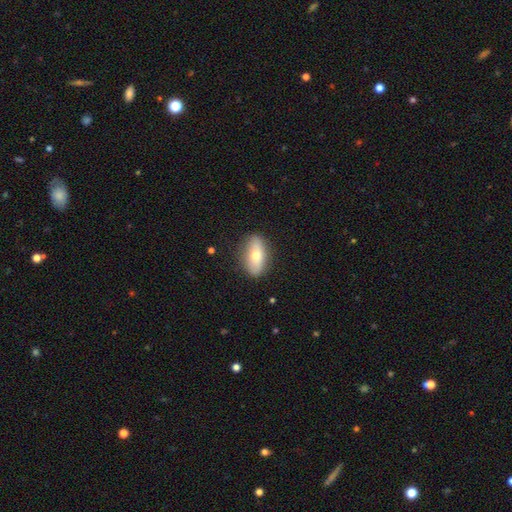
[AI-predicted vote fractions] A smooth galaxy with no disk features (61%) that is in between round and cigar-shaped (84%). Merging: none (84%).